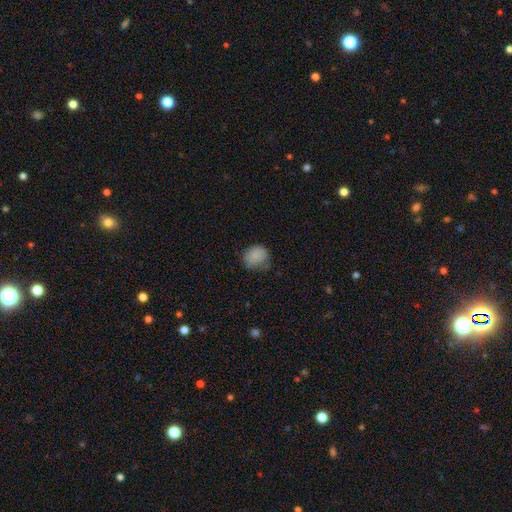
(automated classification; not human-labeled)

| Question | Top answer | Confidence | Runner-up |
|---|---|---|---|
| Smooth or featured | smooth | 83% | star or artifact (10%) |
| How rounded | round | 70% | in between (29%) |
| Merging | none | 59% | minor disturbance (31%) |